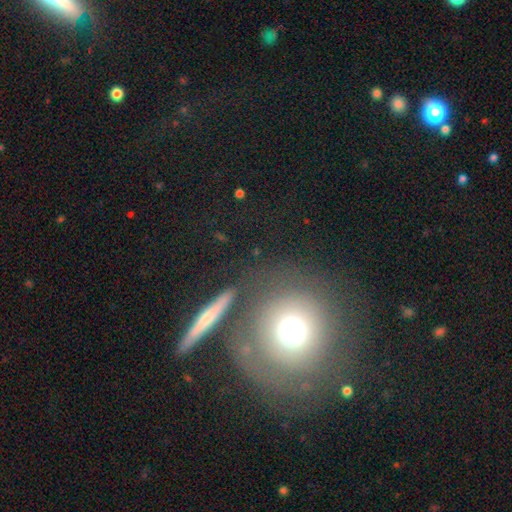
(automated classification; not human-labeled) A smooth galaxy with no disk features (47%). Merging: none (73%).